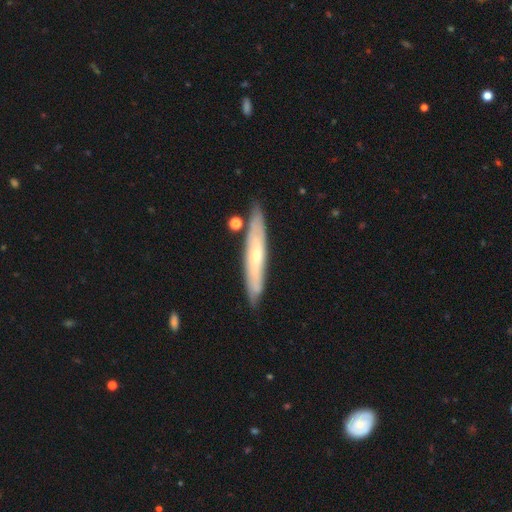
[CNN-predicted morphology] Smooth or featured?
  - featured or disk: 57% *
  - smooth: 37%
  - star or artifact: 6%
Edge-on disk?
  - yes: 70% *
  - no: 30%
Merging?
  - none: 82% *
  - minor disturbance: 12%
  - merger: 4%
  - major disturbance: 2%